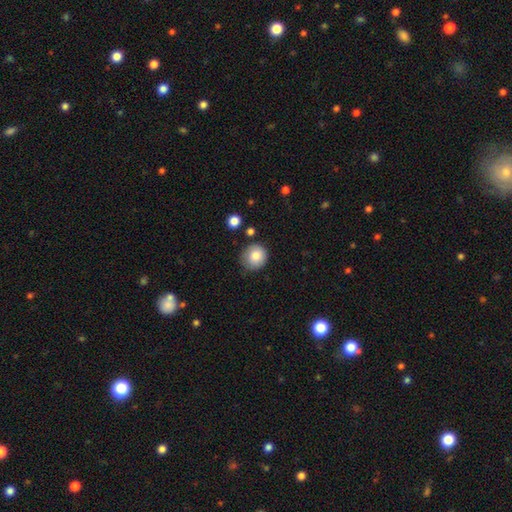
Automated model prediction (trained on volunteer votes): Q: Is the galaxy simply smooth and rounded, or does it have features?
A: smooth — 82%.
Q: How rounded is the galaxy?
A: round — 91%.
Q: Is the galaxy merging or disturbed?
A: none — 79%.